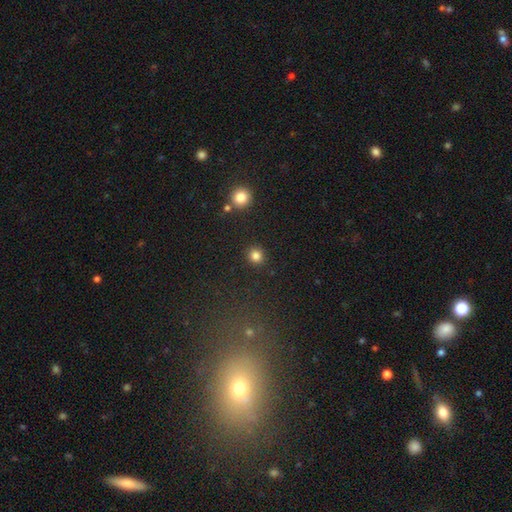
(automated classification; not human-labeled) This is clearly a smooth galaxy (83%). How rounded: clearly round (91%). Merging: clearly none (90%).